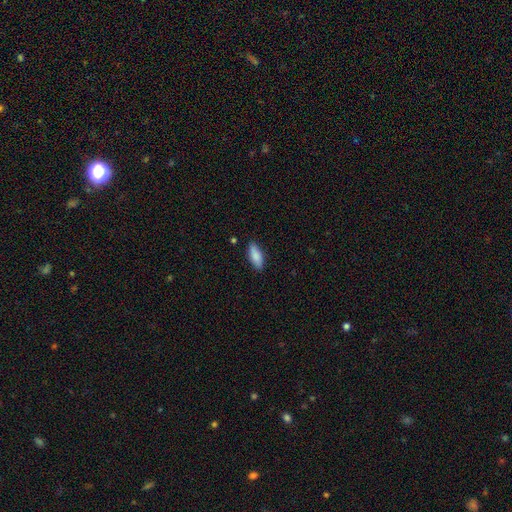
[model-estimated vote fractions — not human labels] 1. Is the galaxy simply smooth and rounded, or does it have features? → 86% smooth, 8% featured or disk, 6% star or artifact.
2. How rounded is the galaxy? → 74% in between, 24% cigar-shaped, 2% round.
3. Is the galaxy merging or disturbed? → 85% none, 11% minor disturbance, 2% major disturbance, 1% merger.